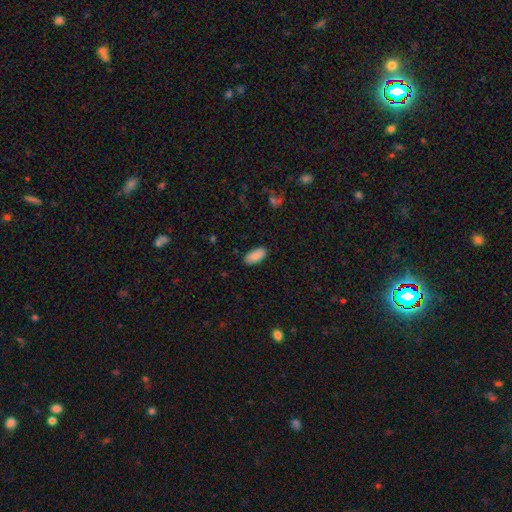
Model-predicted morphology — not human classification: The model was most divided on "merging": none: 87%, minor disturbance: 10%, major disturbance: 2%, merger: 1%. More confident: how rounded — in between (92%); smooth or featured — smooth (88%).